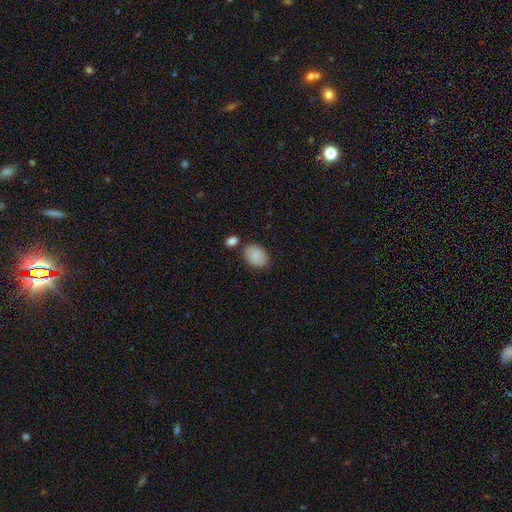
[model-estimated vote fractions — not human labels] Morphology: type=smooth (88%); roundness=in between (83%); merging=none (73%).